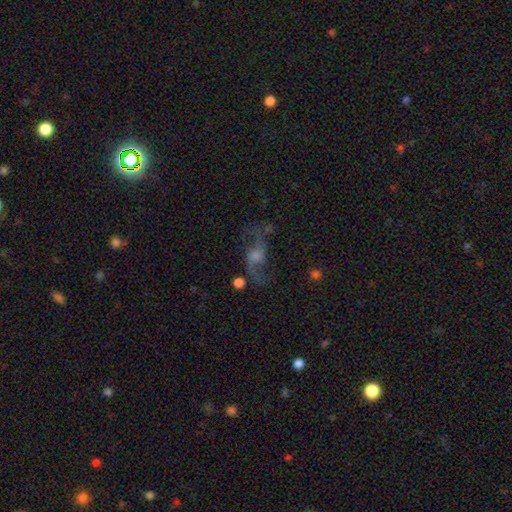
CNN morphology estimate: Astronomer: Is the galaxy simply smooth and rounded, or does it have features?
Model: featured or disk — 63%.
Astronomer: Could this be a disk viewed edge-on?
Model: no — 91%.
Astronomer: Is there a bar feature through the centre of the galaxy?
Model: no — 56% (runner-up: weak, 35%).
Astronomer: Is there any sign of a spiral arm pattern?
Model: yes — 83%.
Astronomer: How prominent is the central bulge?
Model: moderate — 42% (runner-up: small, 36%).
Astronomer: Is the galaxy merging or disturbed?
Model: none — 60%.